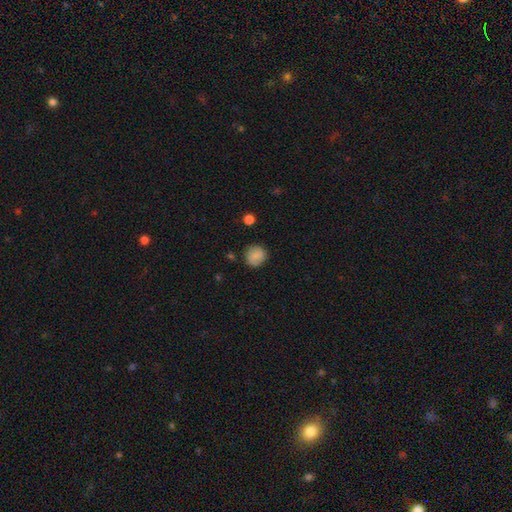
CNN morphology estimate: This appears to be a smooth galaxy with no disk features (83%) that is round (89%). Merging: none (85%).